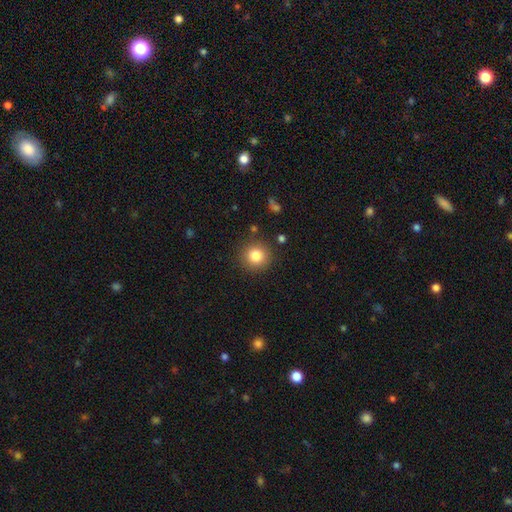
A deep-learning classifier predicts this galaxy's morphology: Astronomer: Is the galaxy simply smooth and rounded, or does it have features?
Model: smooth — 83%.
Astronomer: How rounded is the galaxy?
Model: round — 93%.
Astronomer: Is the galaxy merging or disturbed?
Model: none — 88%.